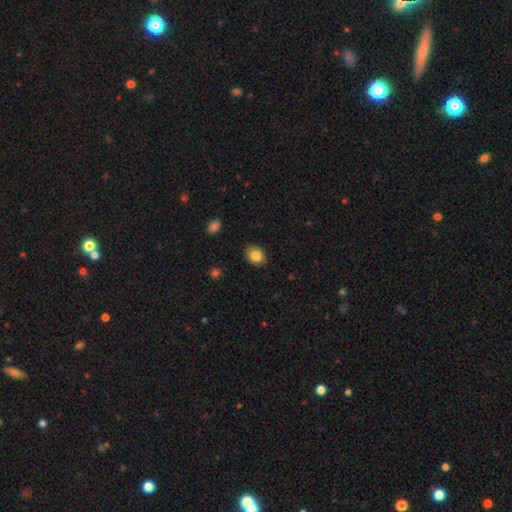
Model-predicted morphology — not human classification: Q: Smooth or featured?
A: smooth (83%); runner-up: star or artifact (9%)
Q: How rounded?
A: in between (54%); runner-up: round (46%)
Q: Merging?
A: none (89%); runner-up: minor disturbance (8%)